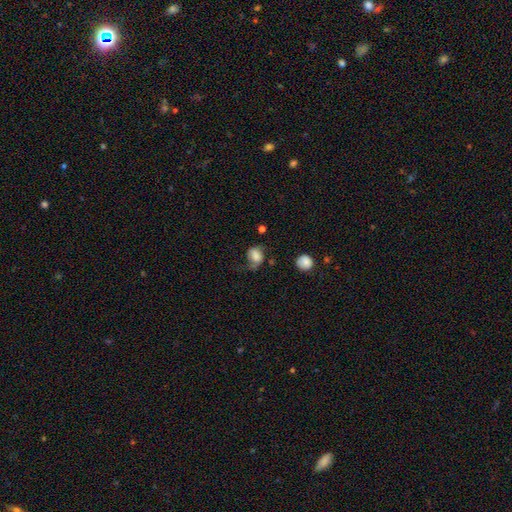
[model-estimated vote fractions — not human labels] This appears to be a smooth galaxy with no disk features (71%) that is in between round and cigar-shaped (55%). Merging: none (36%).